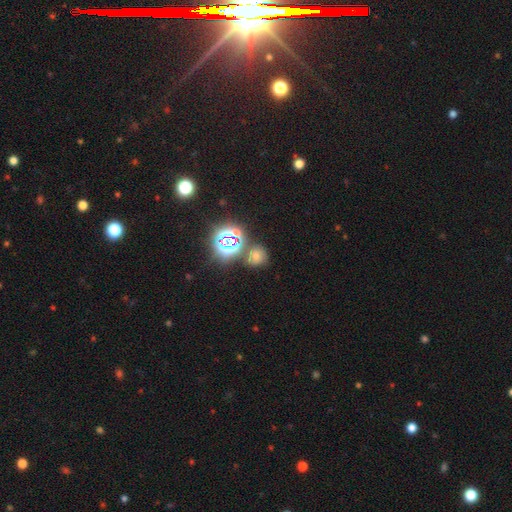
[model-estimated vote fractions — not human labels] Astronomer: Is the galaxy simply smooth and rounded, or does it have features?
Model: smooth — 54% (runner-up: star or artifact, 35%).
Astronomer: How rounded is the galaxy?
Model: round — 81%.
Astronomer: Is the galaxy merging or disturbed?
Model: none — 68%.